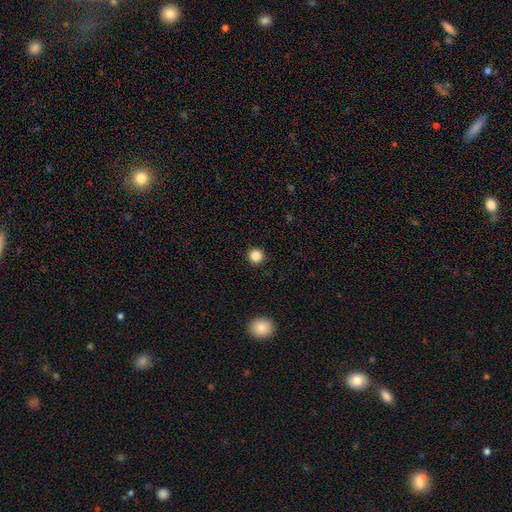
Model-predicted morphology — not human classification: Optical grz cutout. It shows a smooth galaxy with no disk features (86%) that is round (95%). Merging: none (93%).